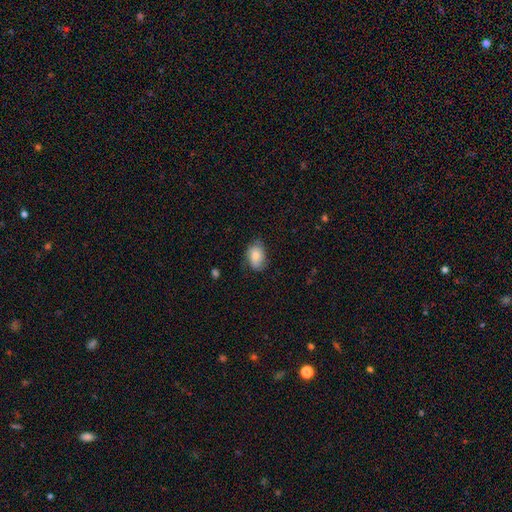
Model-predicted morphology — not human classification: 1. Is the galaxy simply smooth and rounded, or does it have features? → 80% smooth, 13% featured or disk, 7% star or artifact.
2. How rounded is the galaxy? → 84% in between, 15% round, 1% cigar-shaped.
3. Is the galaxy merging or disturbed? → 67% none, 25% minor disturbance, 6% major disturbance, 1% merger.